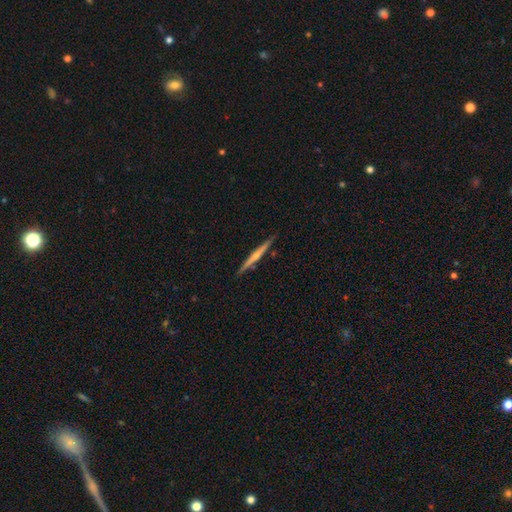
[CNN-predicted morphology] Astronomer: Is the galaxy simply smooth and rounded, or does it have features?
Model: featured or disk — 62%.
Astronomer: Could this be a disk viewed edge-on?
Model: yes — 98%.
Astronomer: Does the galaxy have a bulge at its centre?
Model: rounded — 61%.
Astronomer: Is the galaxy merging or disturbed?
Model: none — 88%.